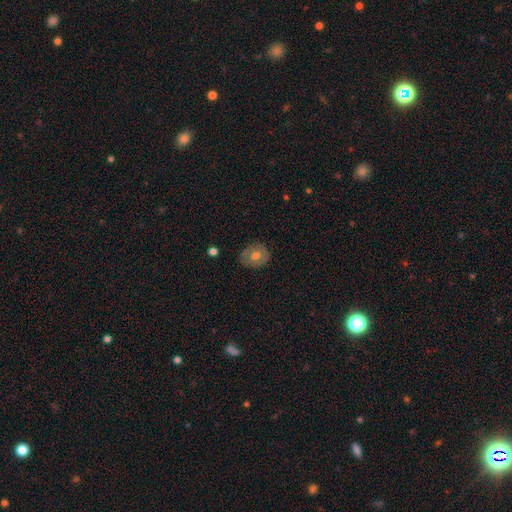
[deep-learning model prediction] Smooth or featured? Predicted: featured or disk (p=0.47). Merging? Predicted: none (p=0.83).